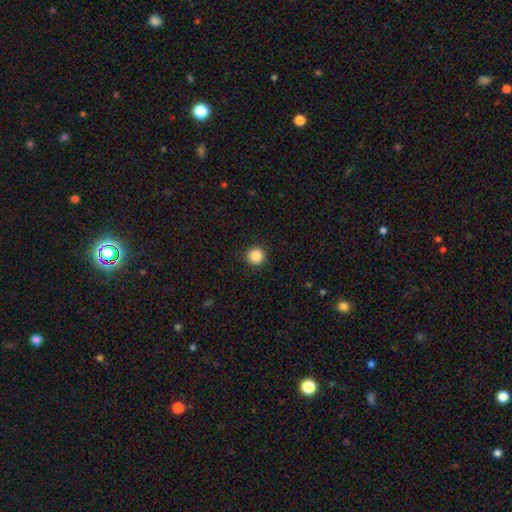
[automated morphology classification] smooth_or_featured: smooth (p=0.87) [alt: star or artifact p=0.10]
how_rounded: round (p=0.96) [alt: in between p=0.03]
merging: none (p=0.93) [alt: minor disturbance p=0.04]